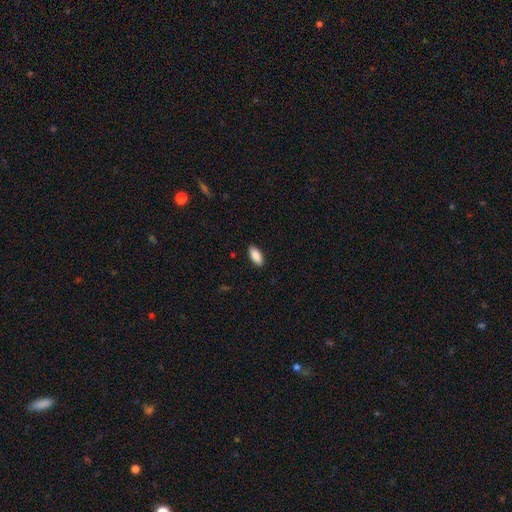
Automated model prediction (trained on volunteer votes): smooth_or_featured: smooth (p=0.88) [alt: star or artifact p=0.06]
how_rounded: in between (p=0.90) [alt: cigar-shaped p=0.08]
merging: none (p=0.89) [alt: minor disturbance p=0.08]